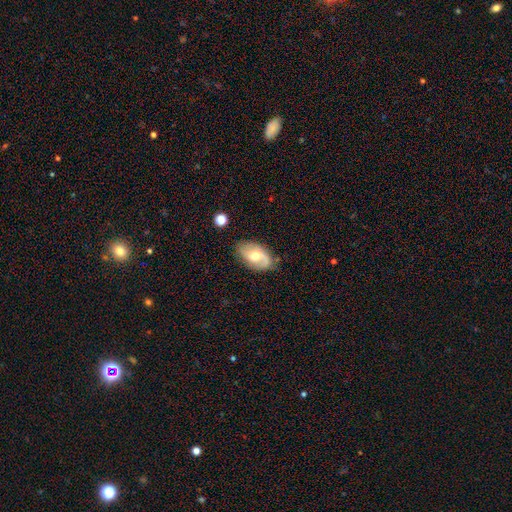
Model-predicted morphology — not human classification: Smooth or featured? Predicted: featured or disk (p=0.63). Edge-on disk? Predicted: no (p=0.95). Bar? Predicted: no (p=0.48). Spiral arms? Predicted: yes (p=0.85). Spiral winding? Predicted: loose (p=0.45). Spiral arm count? Predicted: 2 (p=0.72). Bulge size? Predicted: moderate (p=0.69). Merging? Predicted: none (p=0.73).